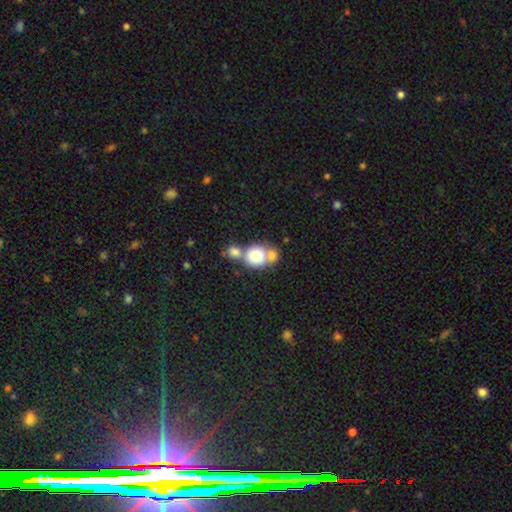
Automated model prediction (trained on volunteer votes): Smooth or featured: smooth — 75% (featured or disk — 16%)
How rounded: round — 78% (in between — 21%)
Merging: merger — 55% (none — 32%)